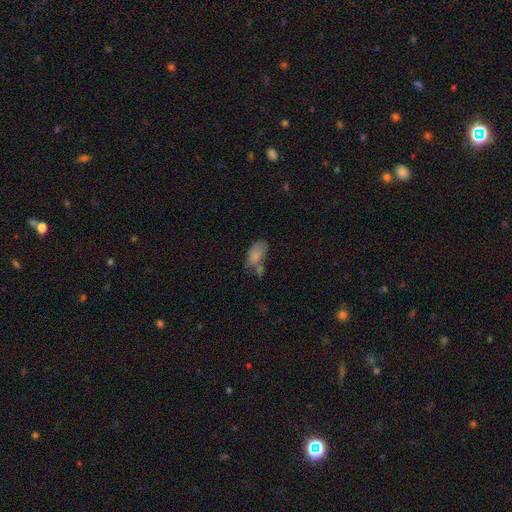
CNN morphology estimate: Overall: smooth (76%). How rounded: in between (91%). Merging: none (35%; merger 31%).